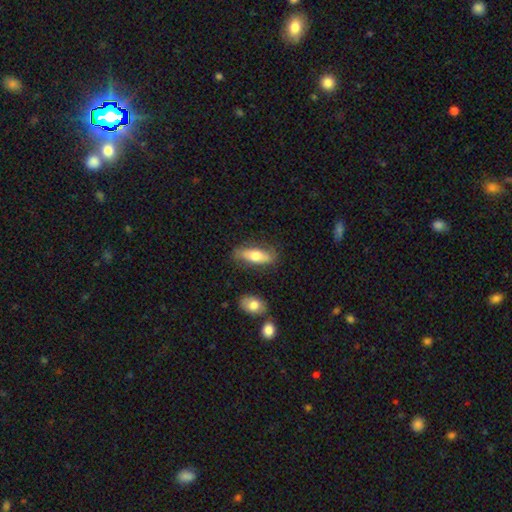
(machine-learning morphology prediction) smooth 64%, featured or disk 30%, star or artifact 6%. Down the decision tree: how rounded — in between (61%); merging — none (75%).